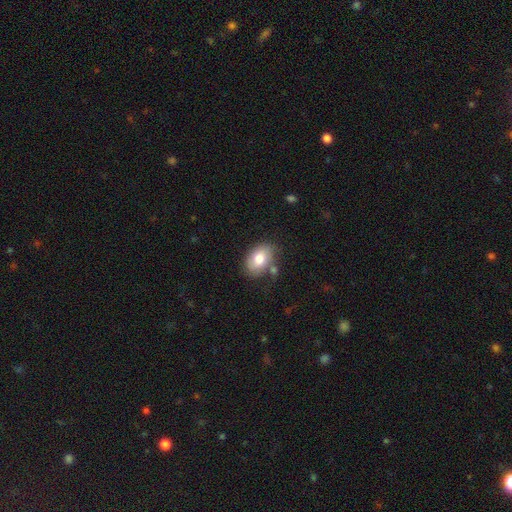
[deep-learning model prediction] This appears to be a smooth galaxy with no disk features (75%) that is in between round and cigar-shaped (83%). Merging: none (72%).